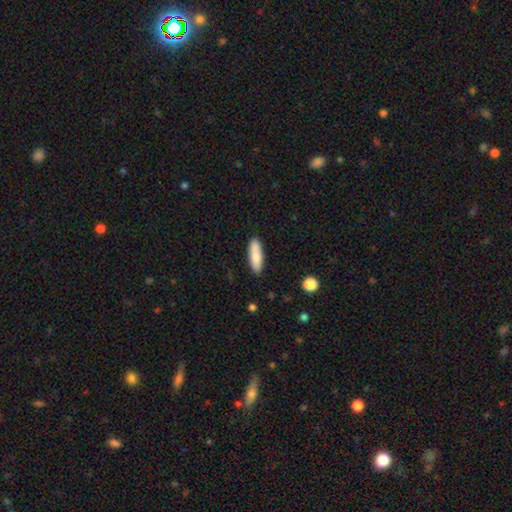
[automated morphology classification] smooth-or-featured: smooth: 84% | featured or disk: 10% | star or artifact: 6%
  how-rounded: in between: 50% | cigar-shaped: 48% | round: 2%
  merging: none: 86% | minor disturbance: 10% | major disturbance: 2% | merger: 2%